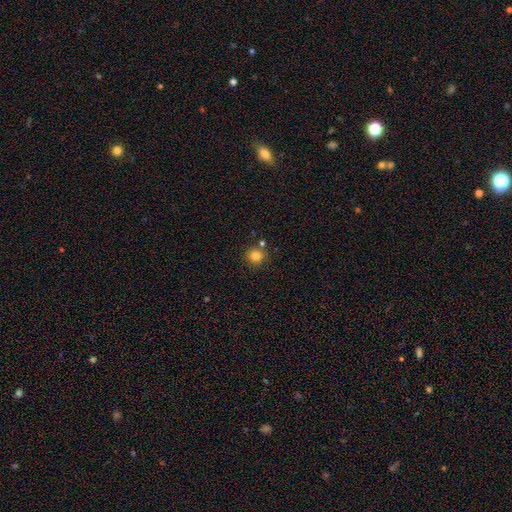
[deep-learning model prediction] Smooth or featured? smooth (83%)
How rounded? round (92%)
Merging? none (77%)